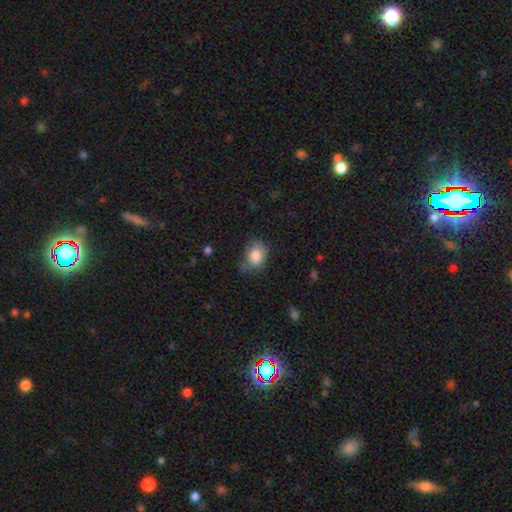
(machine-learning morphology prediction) smooth-or-featured: smooth: 83% | featured or disk: 9% | star or artifact: 8%
  how-rounded: round: 50% | in between: 49% | cigar-shaped: 1%
  merging: none: 53% | minor disturbance: 34% | major disturbance: 11% | merger: 3%